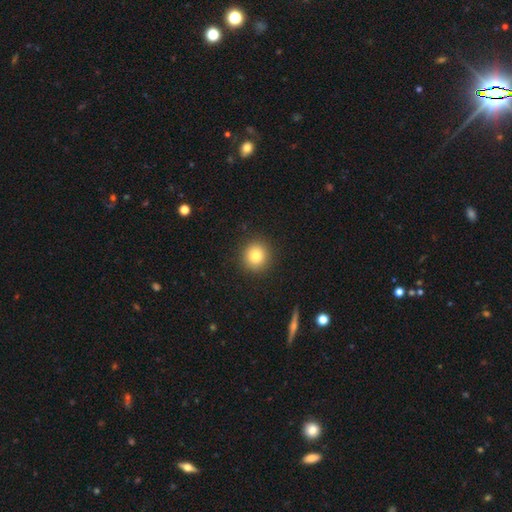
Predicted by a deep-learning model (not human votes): This is clearly a smooth galaxy (81%). How rounded: clearly round (92%). Merging: clearly none (91%).